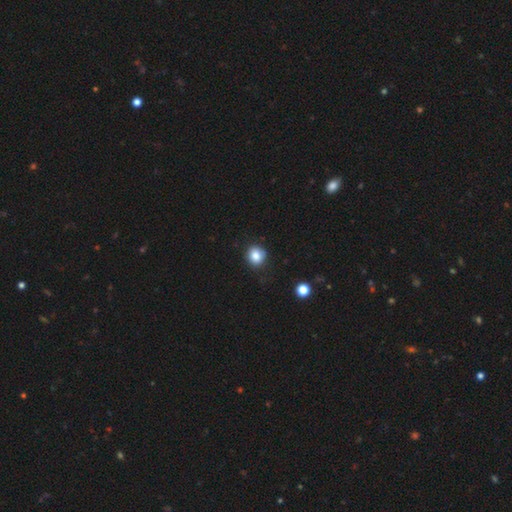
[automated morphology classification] A smooth galaxy with no disk features (84%) that is round (83%). Merging: none (84%).